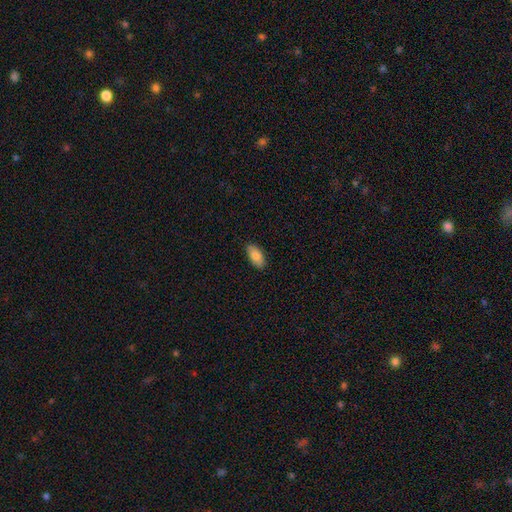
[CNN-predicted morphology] Q: Smooth or featured?
A: smooth (82%); runner-up: featured or disk (12%)
Q: How rounded?
A: in between (91%); runner-up: cigar-shaped (7%)
Q: Merging?
A: none (88%); runner-up: minor disturbance (9%)